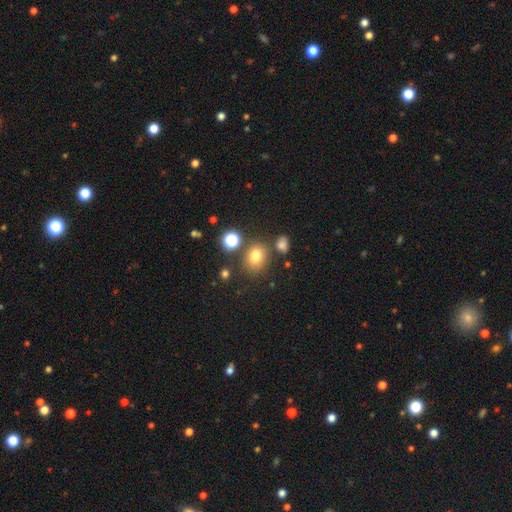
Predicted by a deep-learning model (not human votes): Overall: smooth (74%). How rounded: round (51%; in between 48%). Merging: none (73%).